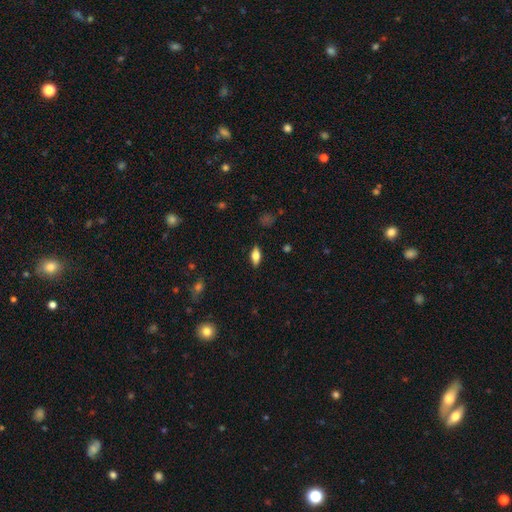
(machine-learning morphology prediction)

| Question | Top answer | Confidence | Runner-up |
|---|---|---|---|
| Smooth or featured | smooth | 64% | featured or disk (28%) |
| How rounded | in between | 79% | cigar-shaped (18%) |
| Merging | none | 87% | minor disturbance (9%) |